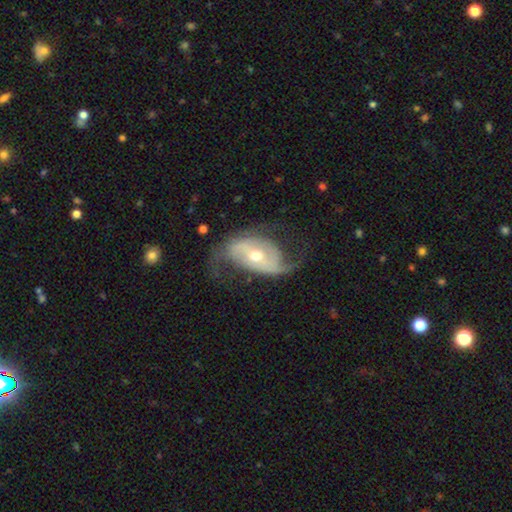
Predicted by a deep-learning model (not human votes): Smooth or featured? Predicted: featured or disk (p=0.83). Edge-on disk? Predicted: no (p=0.95). Bar? Predicted: no (p=0.42). Spiral arms? Predicted: yes (p=0.92). Spiral winding? Predicted: loose (p=0.56). Spiral arm count? Predicted: 2 (p=0.87). Bulge size? Predicted: moderate (p=0.57). Merging? Predicted: none (p=0.59).